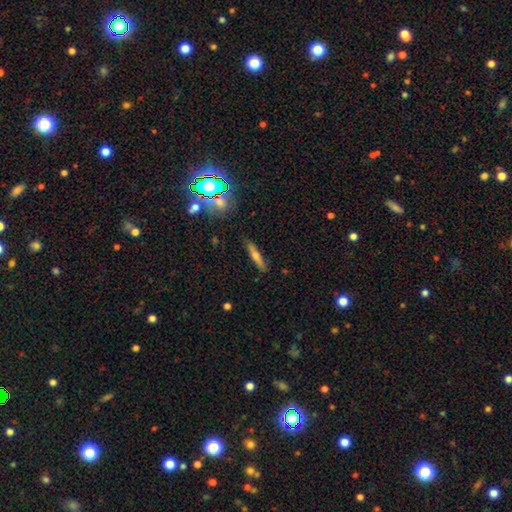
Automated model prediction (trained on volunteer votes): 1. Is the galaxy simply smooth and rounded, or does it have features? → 49% smooth, 40% featured or disk, 11% star or artifact.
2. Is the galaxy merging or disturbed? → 86% none, 10% minor disturbance, 2% major disturbance, 2% merger.